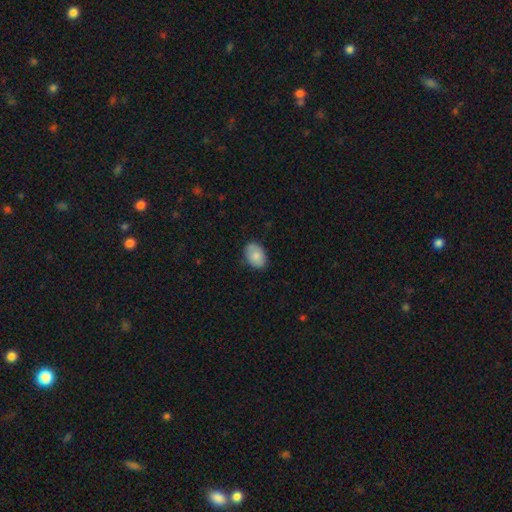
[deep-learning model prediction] Smooth or featured? Predicted: smooth (p=0.84). How rounded? Predicted: in between (p=0.84). Merging? Predicted: none (p=0.83).